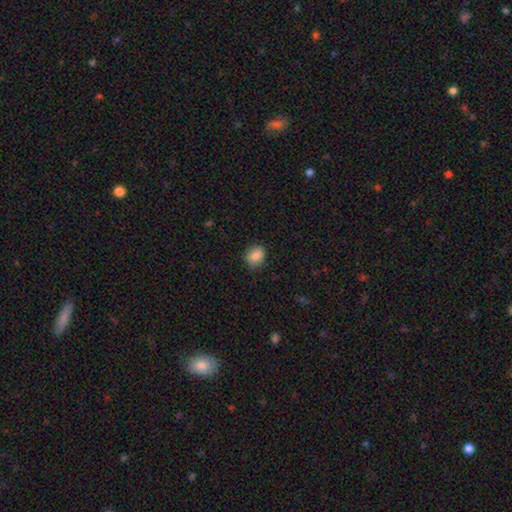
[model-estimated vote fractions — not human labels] A smooth galaxy with no disk features (85%) that is round (58%).

Vote fractions:
- Smooth or featured? smooth: 85% / star or artifact: 9% / featured or disk: 6%
- How rounded? round: 58% / in between: 42% / cigar-shaped: 1%
- Merging? none: 82% / minor disturbance: 14% / major disturbance: 3% / merger: 1%